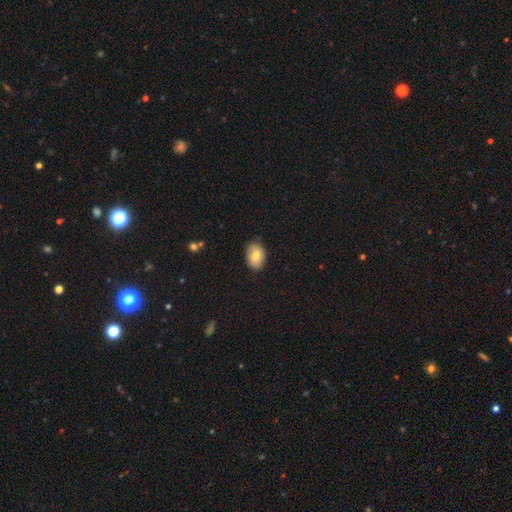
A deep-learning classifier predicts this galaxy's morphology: Overall: smooth (79%). How rounded: in between (80%). Merging: none (86%).